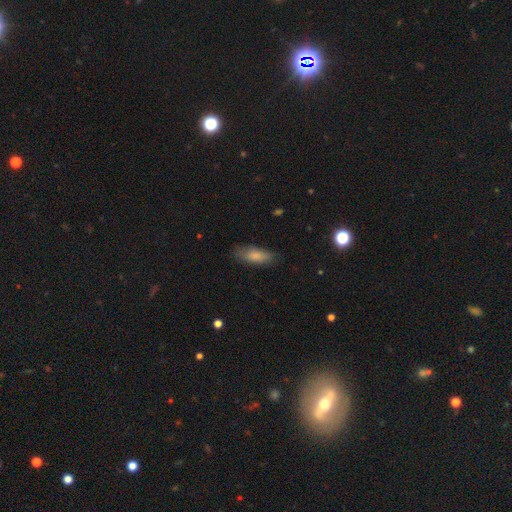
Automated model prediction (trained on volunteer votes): This is likely a smooth galaxy (80%). How rounded: likely in between (68%). Merging: likely none (74%).